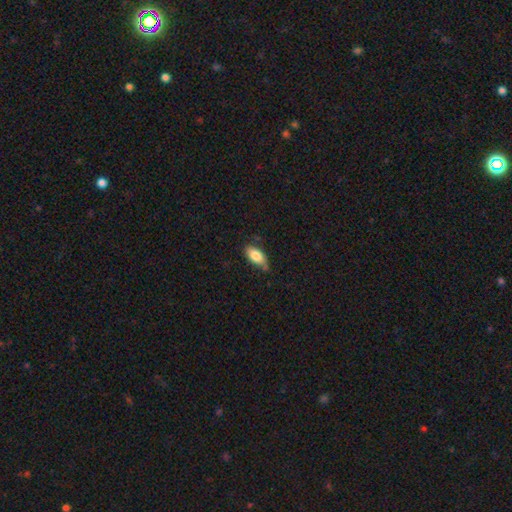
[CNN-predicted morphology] A smooth galaxy with no disk features (82%) that is in between round and cigar-shaped (90%).

Vote fractions:
- Smooth or featured? smooth: 82% / featured or disk: 11% / star or artifact: 7%
- How rounded? in between: 90% / cigar-shaped: 7% / round: 3%
- Merging? none: 64% / minor disturbance: 28% / major disturbance: 5% / merger: 3%